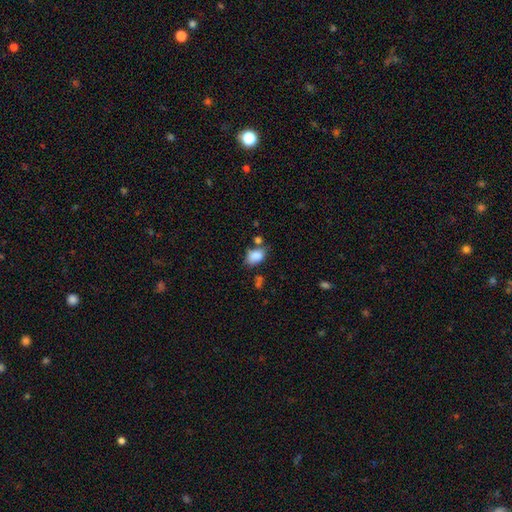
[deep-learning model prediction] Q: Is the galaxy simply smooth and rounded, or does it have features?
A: smooth — 85%.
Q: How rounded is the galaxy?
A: in between — 81%.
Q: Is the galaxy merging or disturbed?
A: none — 53%.